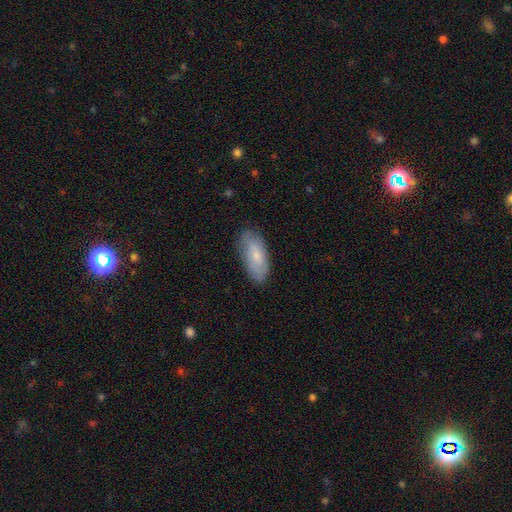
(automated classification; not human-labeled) Overall: smooth (72%). How rounded: in between (85%). Merging: none (78%).